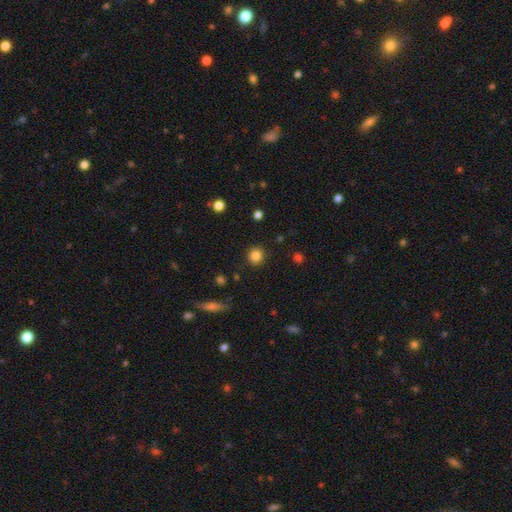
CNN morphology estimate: This appears to be a smooth galaxy with no disk features (84%) that is round (91%). Merging: none (90%).